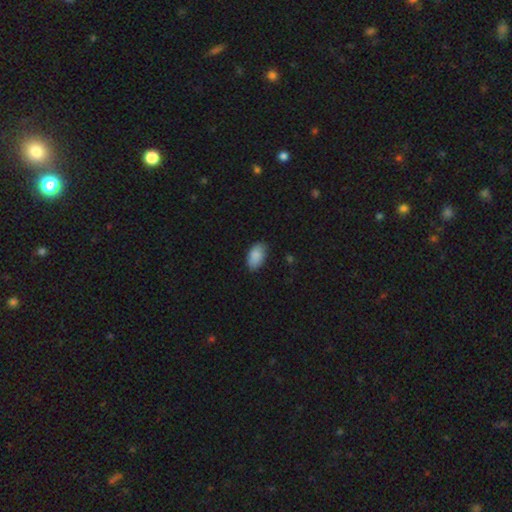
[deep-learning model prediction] Smooth or featured: smooth — 88% (star or artifact — 7%)
How rounded: in between — 93% (round — 5%)
Merging: none — 80% (minor disturbance — 16%)